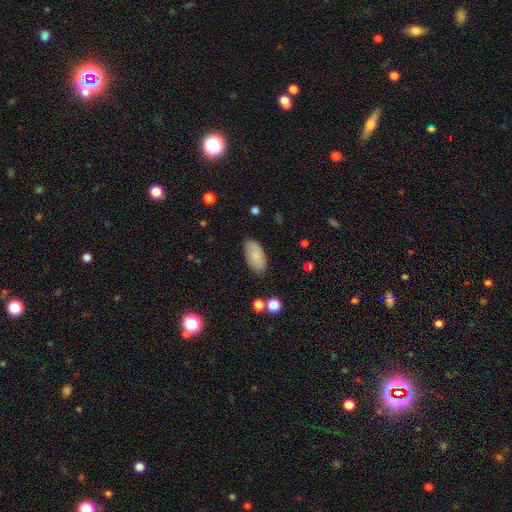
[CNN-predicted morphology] type=smooth (85%); roundness=in between (95%); merging=none (86%).